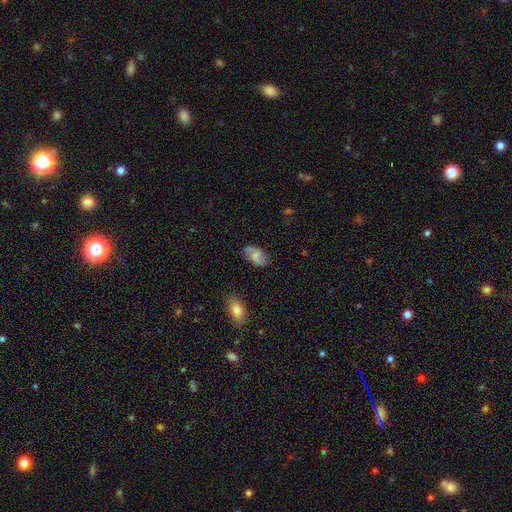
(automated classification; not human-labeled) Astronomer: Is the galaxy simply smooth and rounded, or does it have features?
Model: smooth — 66%.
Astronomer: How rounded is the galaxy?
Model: in between — 93%.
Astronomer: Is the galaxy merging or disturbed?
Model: none — 78%.